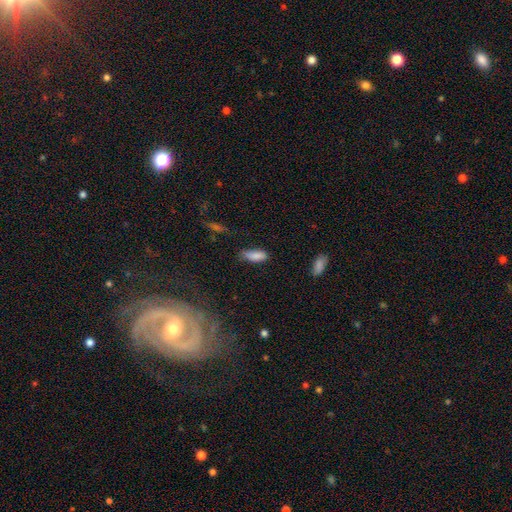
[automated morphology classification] Smooth or featured? smooth (86%)
How rounded? in between (75%)
Merging? none (64%)